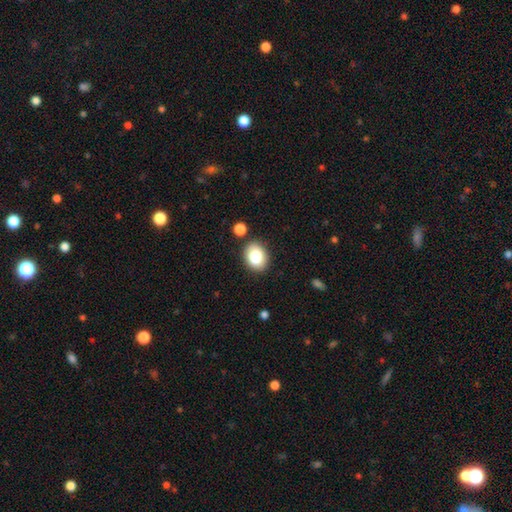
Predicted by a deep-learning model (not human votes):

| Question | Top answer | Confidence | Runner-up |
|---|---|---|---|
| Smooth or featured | smooth | 82% | star or artifact (9%) |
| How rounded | in between | 59% | round (40%) |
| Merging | none | 85% | minor disturbance (9%) |